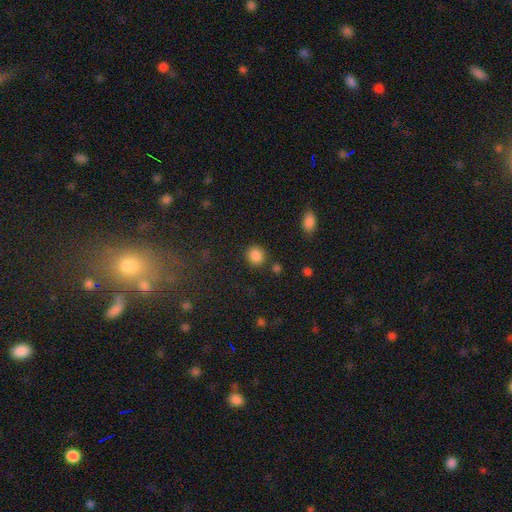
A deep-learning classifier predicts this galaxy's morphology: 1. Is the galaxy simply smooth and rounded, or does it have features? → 86% smooth, 10% star or artifact, 4% featured or disk.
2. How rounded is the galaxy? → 78% round, 21% in between, 1% cigar-shaped.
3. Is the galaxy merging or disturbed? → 83% none, 9% minor disturbance, 4% merger, 3% major disturbance.